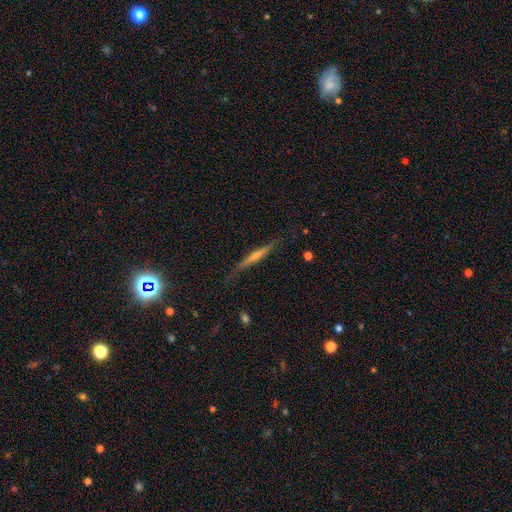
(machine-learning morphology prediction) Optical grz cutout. It shows a featured or disk galaxy (69%) viewed edge-on (96%) with a rounded central bulge (76%). Merging: none (83%).